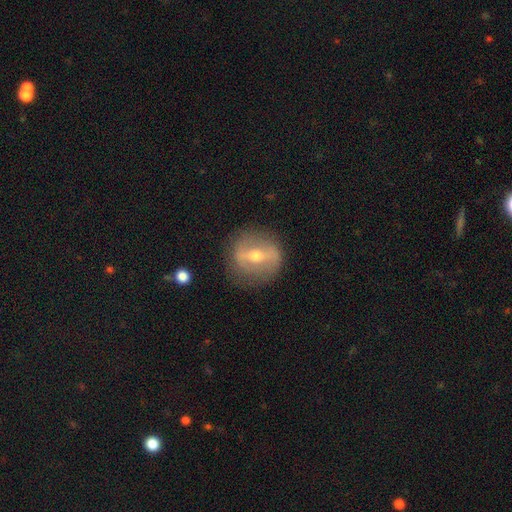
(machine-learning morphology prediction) Smooth or featured?
  - featured or disk: 70% *
  - smooth: 22%
  - star or artifact: 8%
Edge-on disk?
  - no: 85% *
  - yes: 15%
Bar?
  - strong: 64% *
  - weak: 26%
  - no: 10%
Spiral arms?
  - no: 64% *
  - yes: 36%
Bulge size?
  - moderate: 64% *
  - small: 31%
  - large: 3%
  - none: 1%
  - dominant: 1%
Merging?
  - none: 83% *
  - minor disturbance: 11%
  - major disturbance: 5%
  - merger: 1%